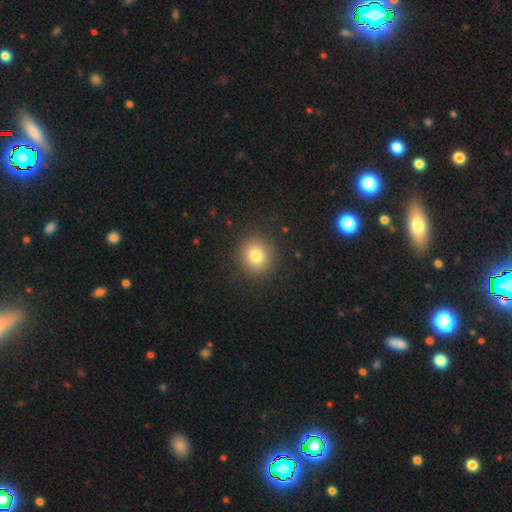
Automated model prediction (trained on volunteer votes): smooth 80%, star or artifact 12%, featured or disk 8%. Down the decision tree: how rounded — round (89%); merging — none (90%).